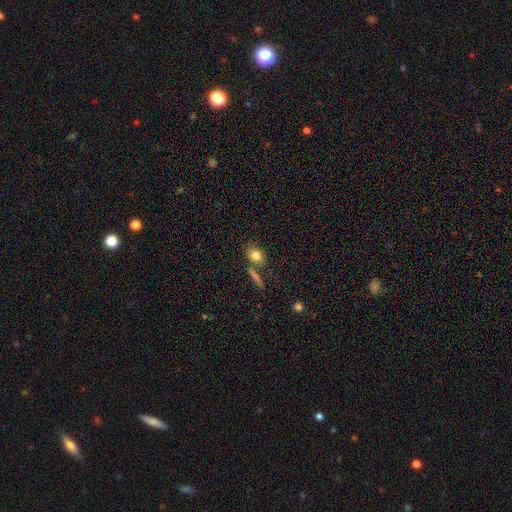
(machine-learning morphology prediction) This appears to be a smooth galaxy with no disk features (80%) that is in between round and cigar-shaped (61%). Merging: none (61%).